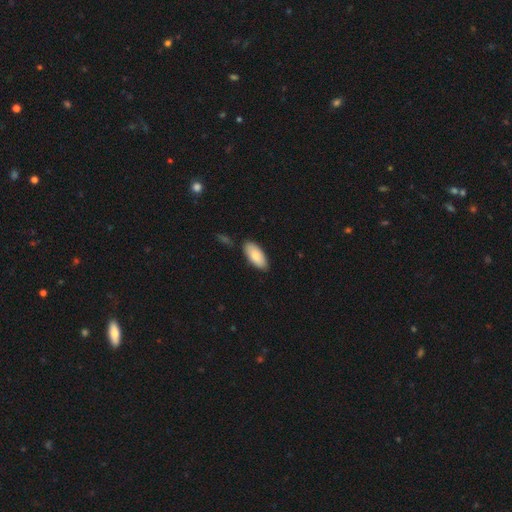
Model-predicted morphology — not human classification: smooth 82%, featured or disk 12%, star or artifact 6%. Down the decision tree: how rounded — in between (91%); merging — none (84%).